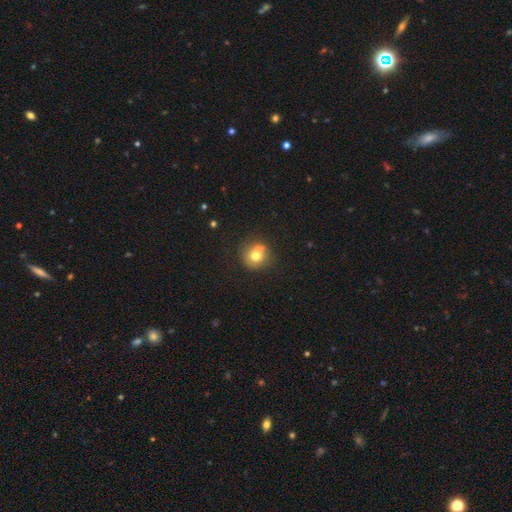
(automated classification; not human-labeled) Smooth or featured: smooth — 70% (featured or disk — 18%)
How rounded: round — 89% (in between — 10%)
Merging: none — 58% (merger — 26%)